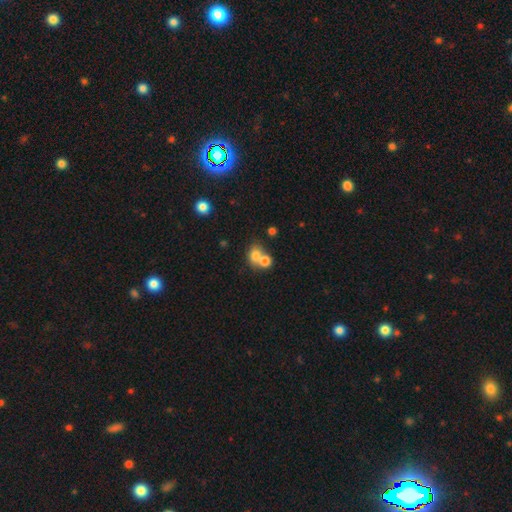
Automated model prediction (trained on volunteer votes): smooth 75%, featured or disk 14%, star or artifact 11%. Down the decision tree: how rounded — round (59%); merging — merger (59%).